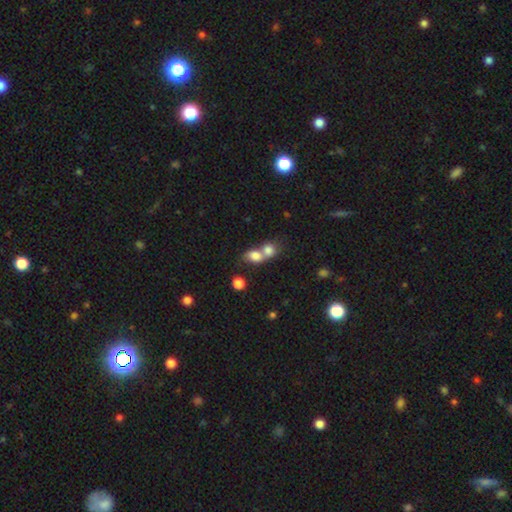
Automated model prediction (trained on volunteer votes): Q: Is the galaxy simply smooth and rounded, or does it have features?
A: smooth — 76%.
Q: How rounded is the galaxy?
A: in between — 53%.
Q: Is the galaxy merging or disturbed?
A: merger — 72%.